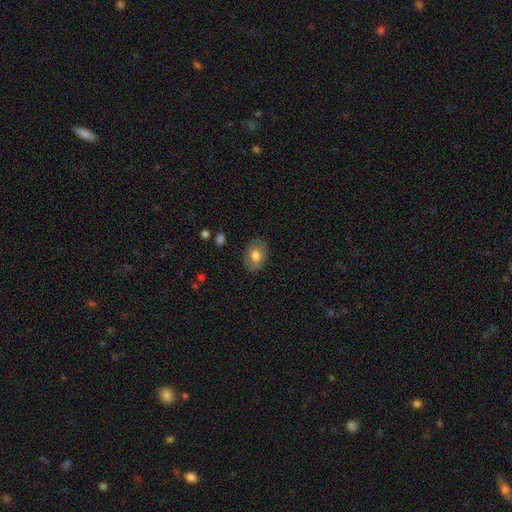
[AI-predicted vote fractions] smooth_or_featured: smooth (p=0.73) [alt: featured or disk p=0.20]
how_rounded: in between (p=0.75) [alt: round p=0.24]
merging: none (p=0.82) [alt: minor disturbance p=0.13]